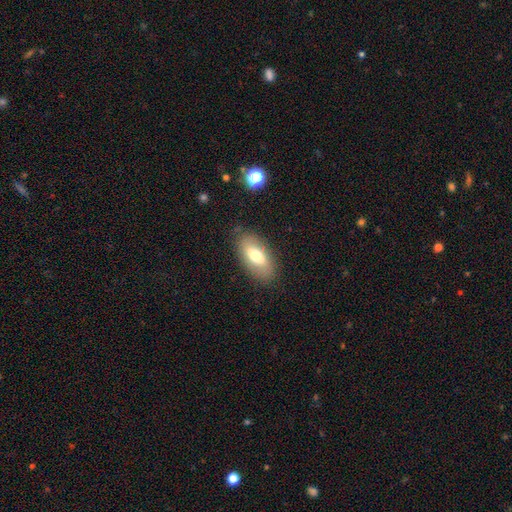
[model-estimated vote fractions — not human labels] The model was most divided on "smooth or featured": smooth: 69%, featured or disk: 24%, star or artifact: 7%. More confident: how rounded — in between (90%); merging — none (81%).